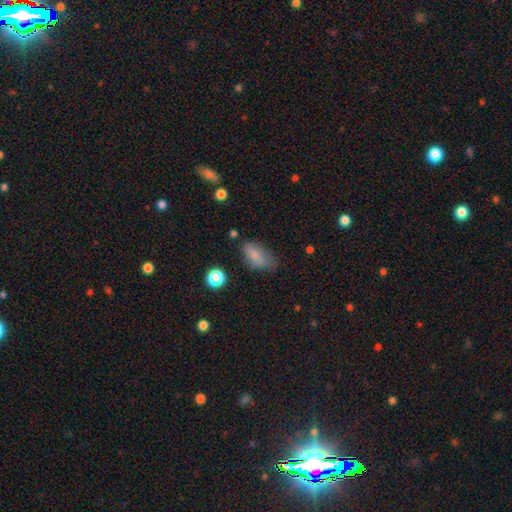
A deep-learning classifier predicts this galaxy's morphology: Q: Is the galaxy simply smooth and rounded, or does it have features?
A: smooth — 79%.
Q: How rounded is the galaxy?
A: in between — 88%.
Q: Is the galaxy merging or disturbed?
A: none — 56%.